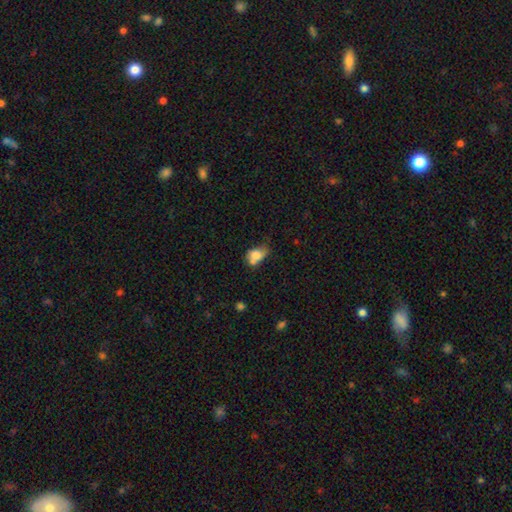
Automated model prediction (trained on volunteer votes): This is likely a smooth galaxy (73%). How rounded: likely in between (73%). Merging: marginally none (29%, tied with merger).